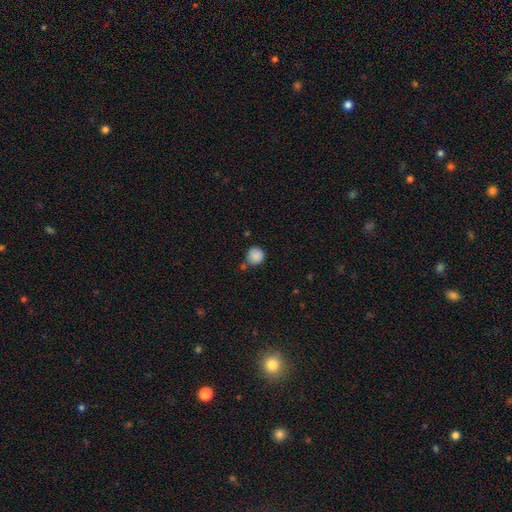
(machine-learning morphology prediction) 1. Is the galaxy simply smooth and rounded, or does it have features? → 87% smooth, 9% star or artifact, 5% featured or disk.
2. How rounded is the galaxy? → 91% round, 8% in between, 1% cigar-shaped.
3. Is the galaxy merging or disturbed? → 67% none, 19% minor disturbance, 9% merger, 4% major disturbance.